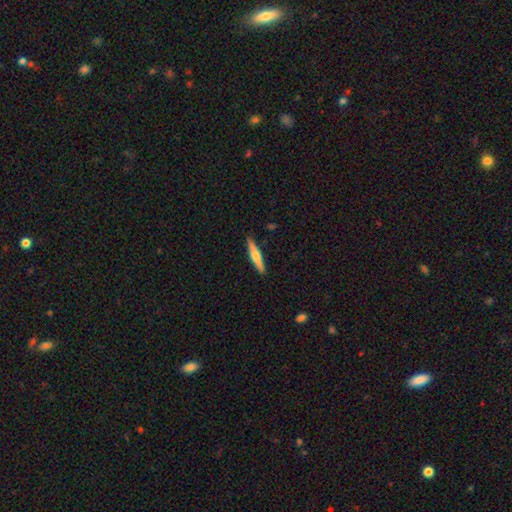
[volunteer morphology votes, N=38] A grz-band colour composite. It shows a featured or disk galaxy (53%) viewed edge-on (100%) with a rounded central bulge (70%). Merging: none (76%).